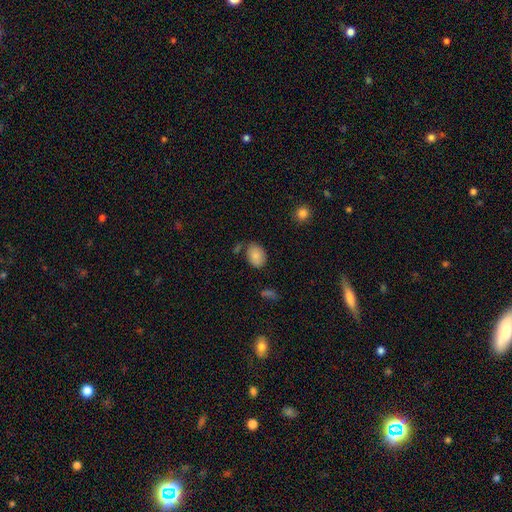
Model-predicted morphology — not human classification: Smooth or featured? smooth (85%)
How rounded? in between (74%)
Merging? none (73%)